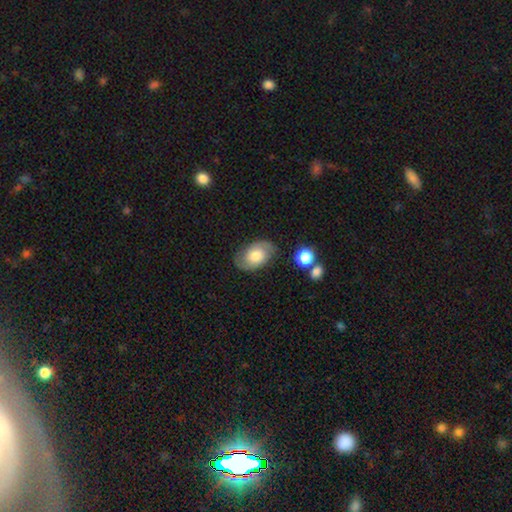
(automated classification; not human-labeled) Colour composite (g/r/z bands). It shows a featured or disk galaxy (51%). Merging: none (78%).